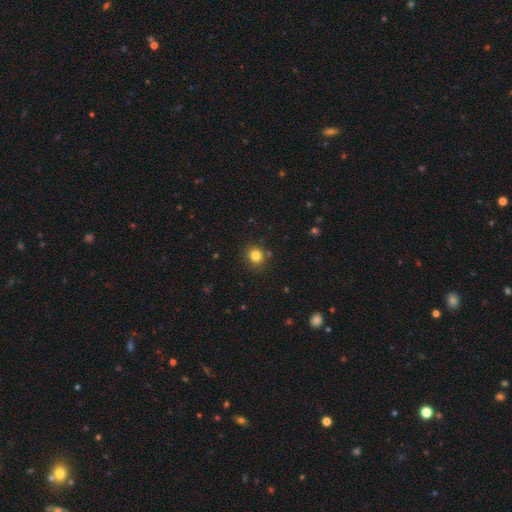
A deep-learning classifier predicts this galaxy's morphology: Smooth or featured?
  - smooth: 82% *
  - star or artifact: 12%
  - featured or disk: 5%
How rounded?
  - round: 86% *
  - in between: 14%
  - cigar-shaped: 1%
Merging?
  - none: 85% *
  - minor disturbance: 9%
  - merger: 4%
  - major disturbance: 3%